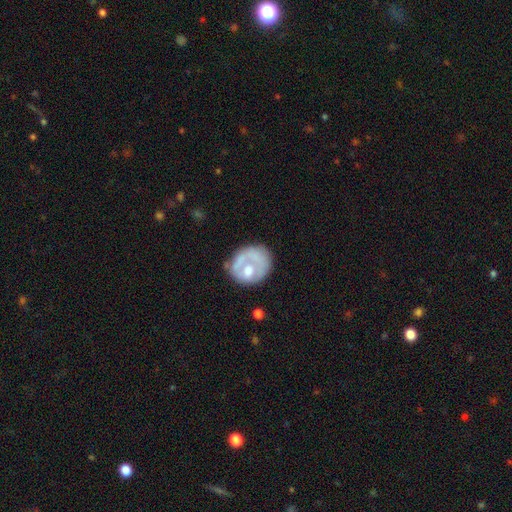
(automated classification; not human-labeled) Q: Smooth or featured?
A: featured or disk (48%); runner-up: smooth (45%)
Q: Merging?
A: none (48%); runner-up: minor disturbance (23%)